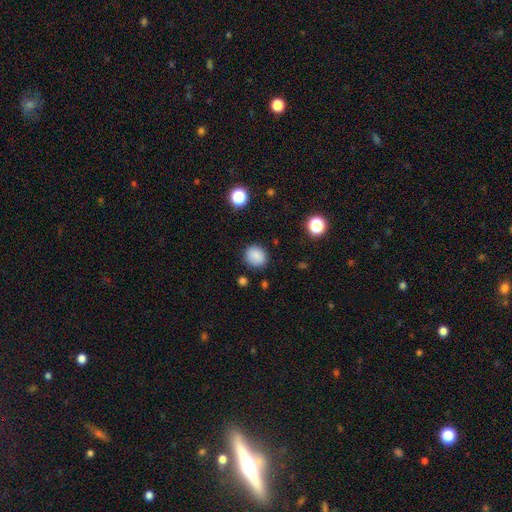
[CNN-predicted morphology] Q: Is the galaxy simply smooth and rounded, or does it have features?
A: smooth — 85%.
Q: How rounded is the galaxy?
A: round — 73%.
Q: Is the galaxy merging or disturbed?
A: none — 84%.